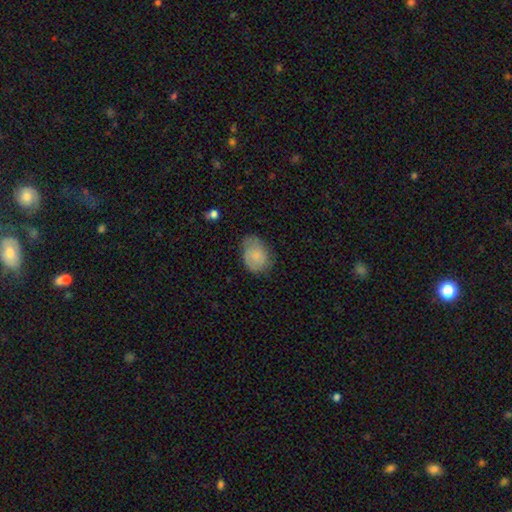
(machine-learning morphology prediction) Overall: smooth (73%). How rounded: in between (76%). Merging: none (60%; minor disturbance 30%).